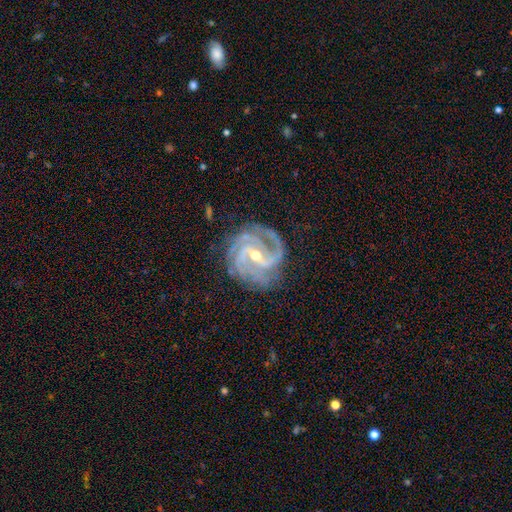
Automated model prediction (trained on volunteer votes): Smooth or featured?
  - featured or disk: 93% *
  - star or artifact: 5%
  - smooth: 2%
Edge-on disk?
  - no: 98% *
  - yes: 2%
Bar?
  - weak: 43% *
  - strong: 37%
  - no: 19%
Spiral arms?
  - yes: 99% *
  - no: 1%
Spiral winding?
  - tight: 50% *
  - medium: 43%
  - loose: 7%
Spiral arm count?
  - 3: 41% *
  - 2: 26%
  - 4: 13%
  - can't tell: 9%
  - more than 4: 6%
  - 1: 6%
Bulge size?
  - small: 49% *
  - moderate: 48%
  - large: 1%
  - none: 1%
  - dominant: 1%
Merging?
  - none: 76% *
  - minor disturbance: 16%
  - major disturbance: 7%
  - merger: 1%